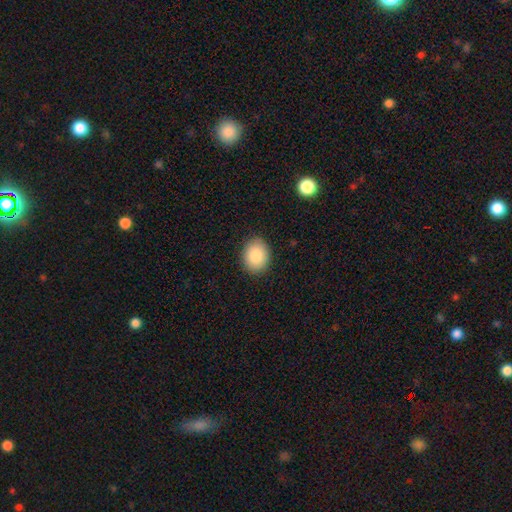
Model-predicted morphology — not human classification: Smooth or featured? smooth (88%)
How rounded? in between (60%)
Merging? none (88%)